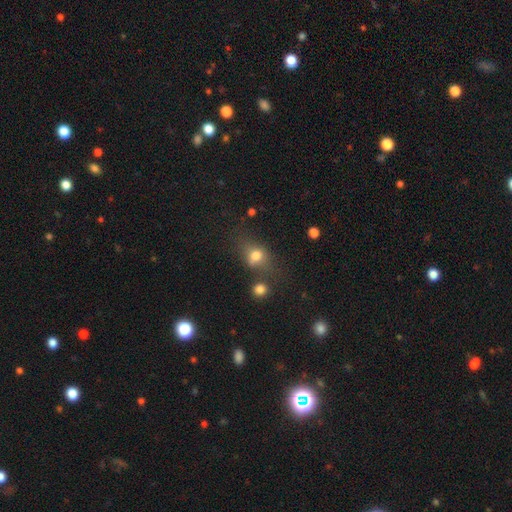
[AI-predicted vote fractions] This appears to be a smooth galaxy with no disk features (71%) that is in between round and cigar-shaped (51%). Merging: none (56%).